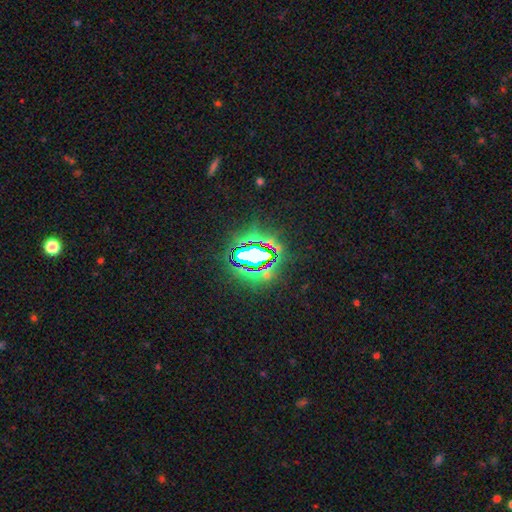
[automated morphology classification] smooth-or-featured: star or artifact: 76% | smooth: 14% | featured or disk: 11%